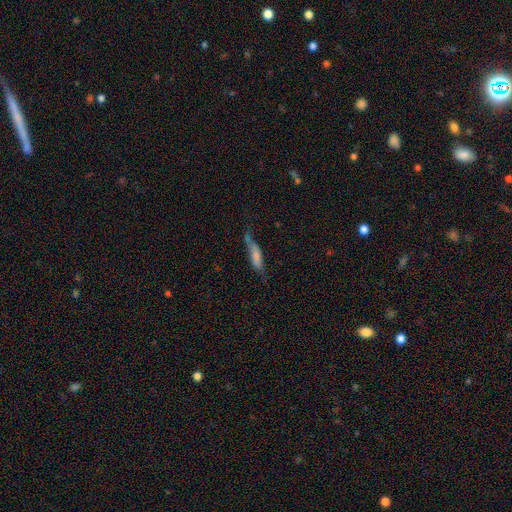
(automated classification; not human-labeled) Q: Smooth or featured?
A: smooth (63%); runner-up: featured or disk (29%)
Q: How rounded?
A: cigar-shaped (69%); runner-up: in between (29%)
Q: Merging?
A: none (39%); runner-up: minor disturbance (32%)